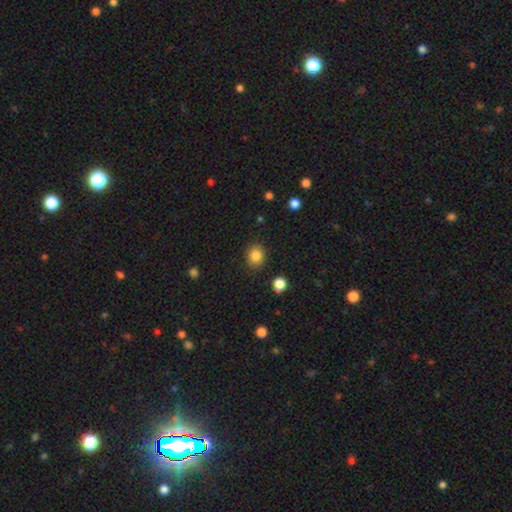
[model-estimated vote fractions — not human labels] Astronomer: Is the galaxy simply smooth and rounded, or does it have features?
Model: smooth — 85%.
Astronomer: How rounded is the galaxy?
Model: round — 73%.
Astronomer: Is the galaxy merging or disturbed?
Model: none — 86%.